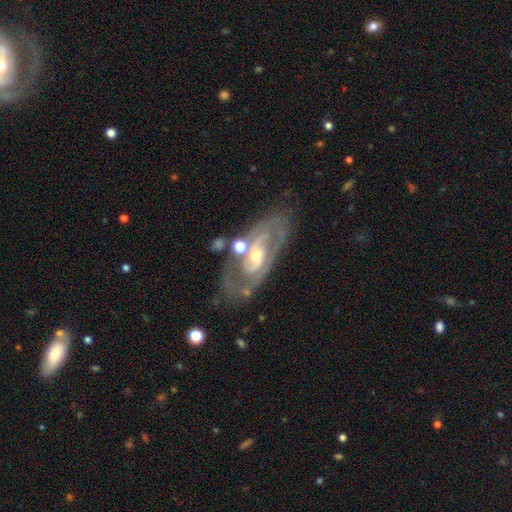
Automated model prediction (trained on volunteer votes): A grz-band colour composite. It shows a featured or disk galaxy (84%) with no bar (47%), 2 (69%) tight (48%) spiral arms (85%) and a small central bulge (48%). Merging: none (68%).